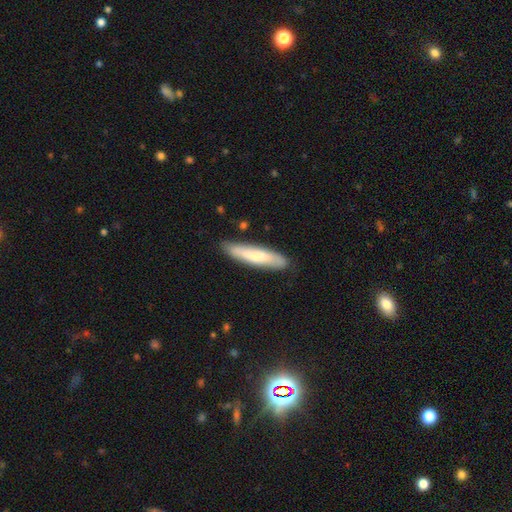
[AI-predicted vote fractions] A smooth galaxy with no disk features (66%) that is cigar-shaped (84%). Merging: none (85%).